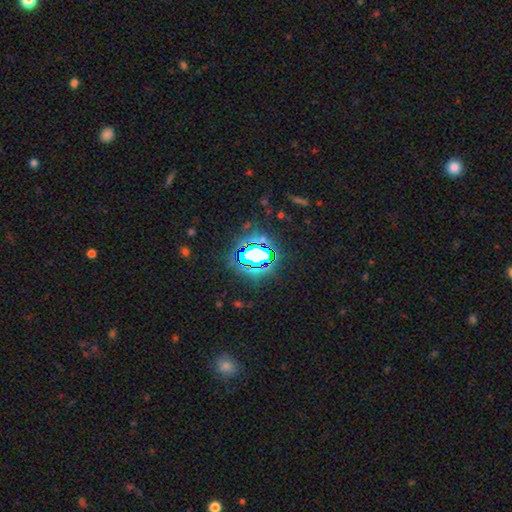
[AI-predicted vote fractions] smooth-or-featured: star or artifact: 71% | smooth: 17% | featured or disk: 12%